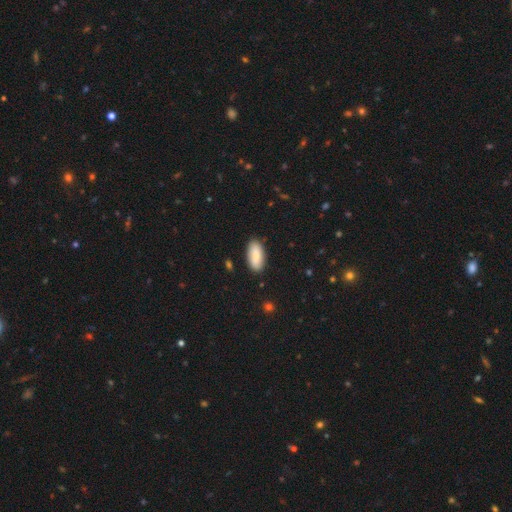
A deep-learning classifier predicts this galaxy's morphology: Q: Smooth or featured?
A: smooth (84%); runner-up: featured or disk (10%)
Q: How rounded?
A: in between (89%); runner-up: cigar-shaped (9%)
Q: Merging?
A: none (87%); runner-up: minor disturbance (10%)